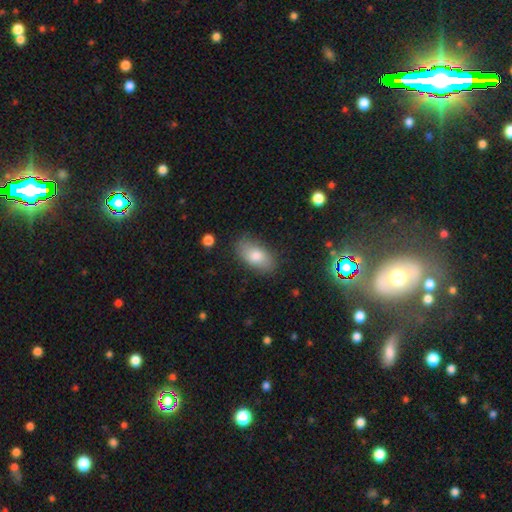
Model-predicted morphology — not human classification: Smooth or featured?
  - smooth: 77% *
  - featured or disk: 14%
  - star or artifact: 9%
How rounded?
  - in between: 92% *
  - round: 4%
  - cigar-shaped: 4%
Merging?
  - none: 83% *
  - minor disturbance: 13%
  - major disturbance: 3%
  - merger: 1%